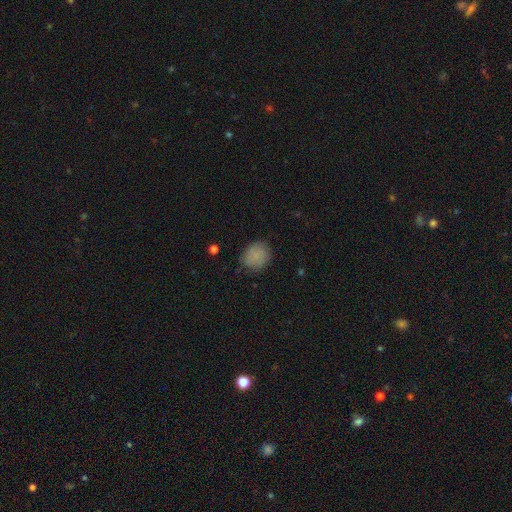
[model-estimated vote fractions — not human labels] A smooth galaxy with no disk features (82%) that is round (70%).

Vote fractions:
- Smooth or featured? smooth: 82% / featured or disk: 9% / star or artifact: 9%
- How rounded? round: 70% / in between: 29% / cigar-shaped: 1%
- Merging? none: 78% / minor disturbance: 17% / major disturbance: 4% / merger: 1%